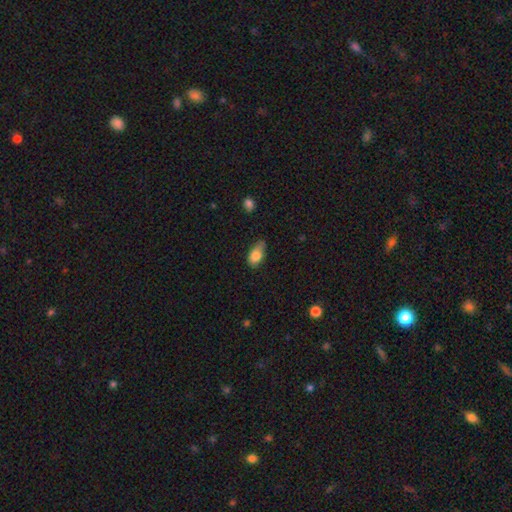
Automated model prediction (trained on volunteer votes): Smooth or featured: smooth — 81% (featured or disk — 11%)
How rounded: in between — 87% (round — 9%)
Merging: minor disturbance — 45% (none — 40%)